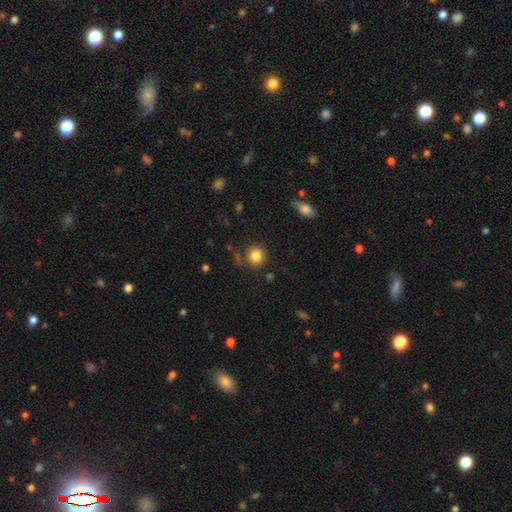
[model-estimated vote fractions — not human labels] The model was most divided on "merging": none: 82%, minor disturbance: 10%, merger: 4%, major disturbance: 3%. More confident: how rounded — round (89%); smooth or featured — smooth (85%).